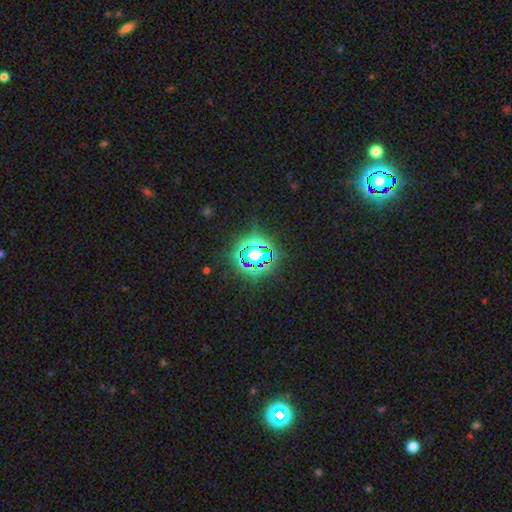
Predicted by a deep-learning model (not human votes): Smooth or featured? star or artifact (72%)